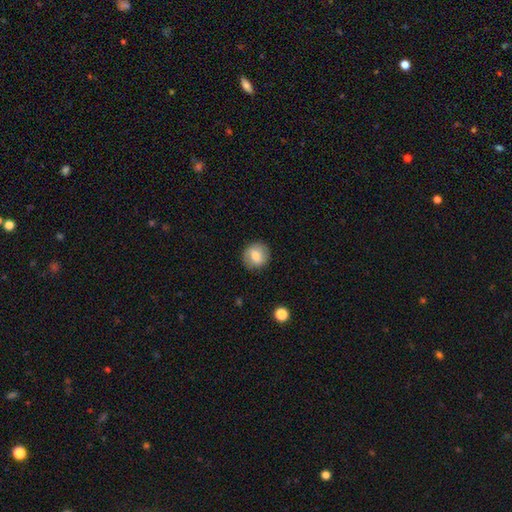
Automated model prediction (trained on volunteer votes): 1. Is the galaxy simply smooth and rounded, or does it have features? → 69% smooth, 22% featured or disk, 8% star or artifact.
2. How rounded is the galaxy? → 85% round, 14% in between, 1% cigar-shaped.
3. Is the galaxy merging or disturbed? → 86% none, 10% minor disturbance, 3% major disturbance, 1% merger.